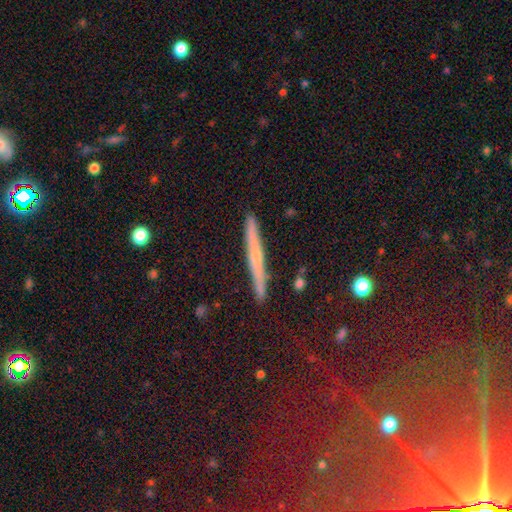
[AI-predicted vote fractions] Smooth or featured: featured or disk — 57% (smooth — 31%)
Edge-on disk: yes — 95% (no — 5%)
Edge-on bulge: rounded — 56% (none — 37%)
Merging: none — 89% (minor disturbance — 8%)